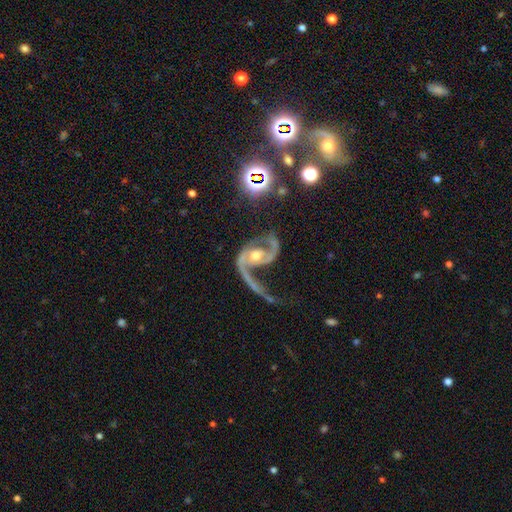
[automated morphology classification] A featured or disk galaxy (88%) with no bar (56%), 2 (72%) loose (49%) spiral arms (96%) and a moderate central bulge (56%).

Vote fractions:
- Smooth or featured? featured or disk: 88% / star or artifact: 8% / smooth: 5%
- Edge-on disk? no: 97% / yes: 3%
- Bar? no: 56% / weak: 28% / strong: 16%
- Spiral arms? yes: 96% / no: 4%
- Spiral winding? loose: 49% / medium: 39% / tight: 12%
- Spiral arm count? 2: 72% / 1: 22% / can't tell: 3% / 3: 2% / 4: 1% / more than 4: 1%
- Bulge size? moderate: 56% / small: 38% / large: 3% / none: 2% / dominant: 1%
- Merging? none: 39% / major disturbance: 34% / minor disturbance: 18% / merger: 9%